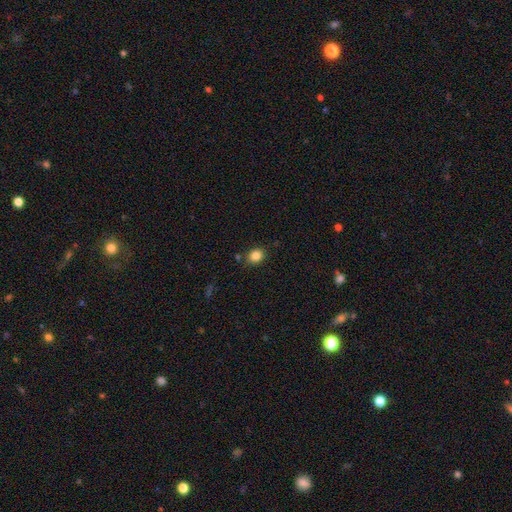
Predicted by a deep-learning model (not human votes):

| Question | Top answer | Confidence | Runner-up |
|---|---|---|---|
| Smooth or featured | smooth | 84% | star or artifact (11%) |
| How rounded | round | 60% | in between (39%) |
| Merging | none | 83% | minor disturbance (11%) |